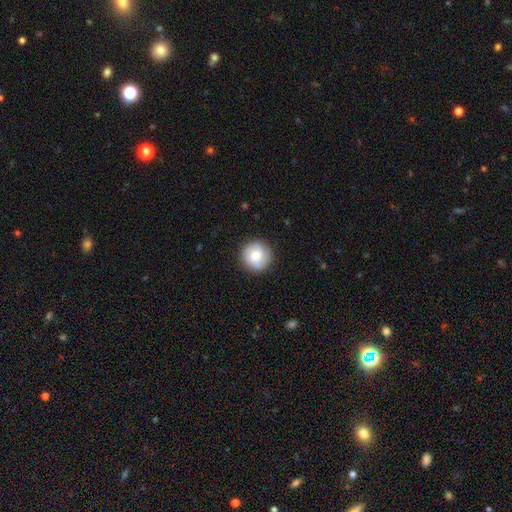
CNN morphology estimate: Smooth or featured? smooth (75%)
How rounded? round (95%)
Merging? none (87%)